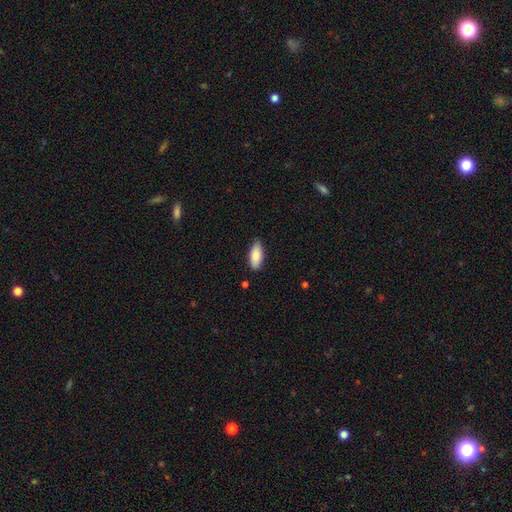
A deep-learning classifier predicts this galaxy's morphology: A smooth galaxy with no disk features (83%) that is in between round and cigar-shaped (85%). Merging: none (83%).